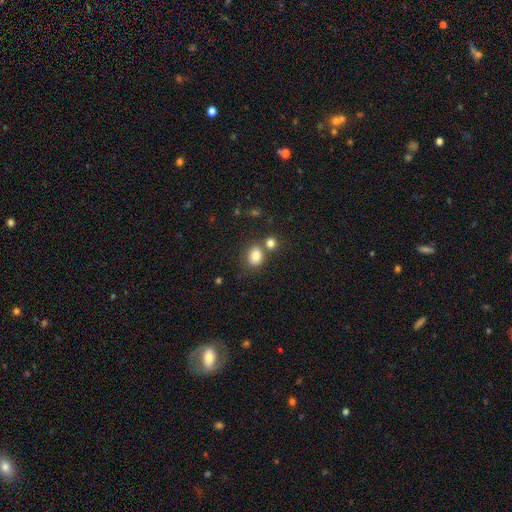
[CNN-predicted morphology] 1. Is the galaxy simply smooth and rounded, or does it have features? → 82% smooth, 11% star or artifact, 8% featured or disk.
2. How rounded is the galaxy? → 50% round, 49% in between, 1% cigar-shaped.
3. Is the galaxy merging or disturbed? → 60% none, 24% merger, 12% minor disturbance, 4% major disturbance.